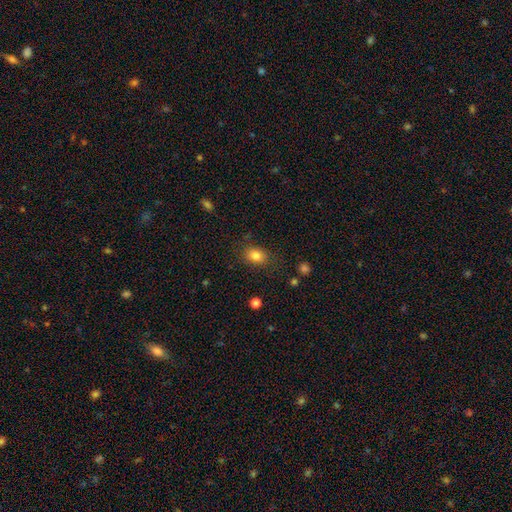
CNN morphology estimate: This is clearly a smooth galaxy (82%). How rounded: likely in between (69%). Merging: likely none (80%).